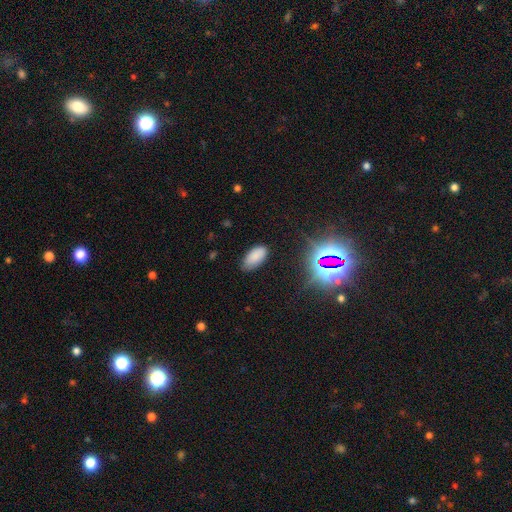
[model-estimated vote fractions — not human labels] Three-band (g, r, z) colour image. It shows a smooth galaxy with no disk features (81%) that is in between round and cigar-shaped (93%). Merging: none (76%).